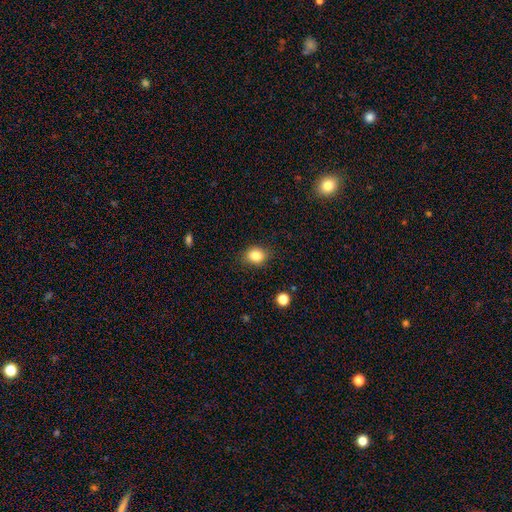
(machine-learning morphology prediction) Smooth or featured: smooth — 84% (star or artifact — 10%)
How rounded: round — 53% (in between — 46%)
Merging: none — 85% (minor disturbance — 11%)